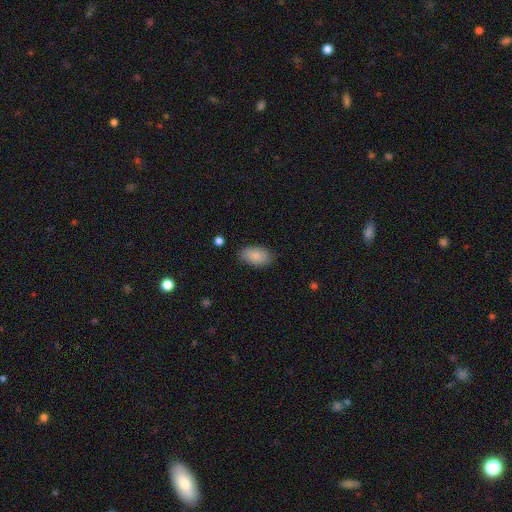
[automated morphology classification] Q: Smooth or featured?
A: smooth (87%); runner-up: featured or disk (7%)
Q: How rounded?
A: in between (93%); runner-up: round (5%)
Q: Merging?
A: none (81%); runner-up: minor disturbance (14%)